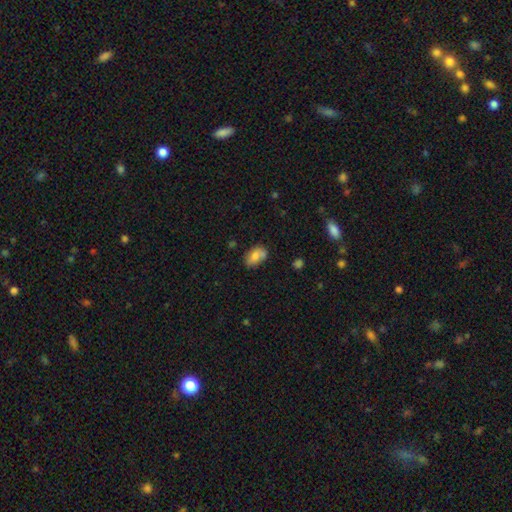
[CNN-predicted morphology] The model was most divided on "merging": none: 60%, minor disturbance: 24%, merger: 10%, major disturbance: 5%. More confident: how rounded — in between (87%); smooth or featured — smooth (76%).